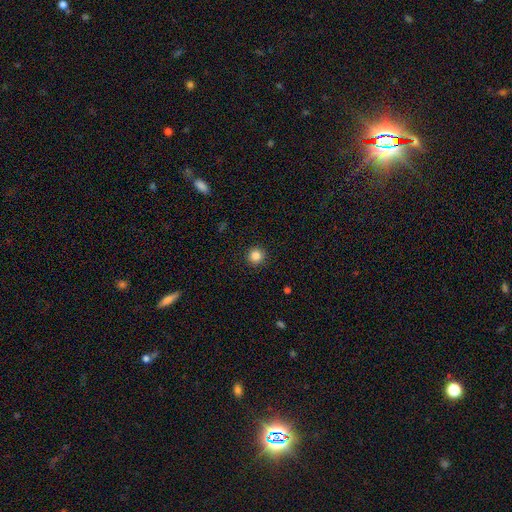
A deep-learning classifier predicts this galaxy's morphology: A smooth galaxy with no disk features (85%) that is round (95%).

Vote fractions:
- Smooth or featured? smooth: 85% / star or artifact: 11% / featured or disk: 4%
- How rounded? round: 95% / in between: 4% / cigar-shaped: 1%
- Merging? none: 93% / minor disturbance: 5% / major disturbance: 2% / merger: 1%